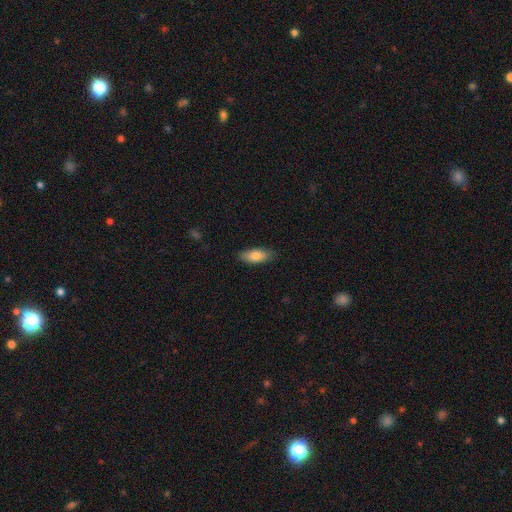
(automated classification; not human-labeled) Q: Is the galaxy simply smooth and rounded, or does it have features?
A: smooth — 80%.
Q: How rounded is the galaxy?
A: in between — 80%.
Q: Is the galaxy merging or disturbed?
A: none — 85%.